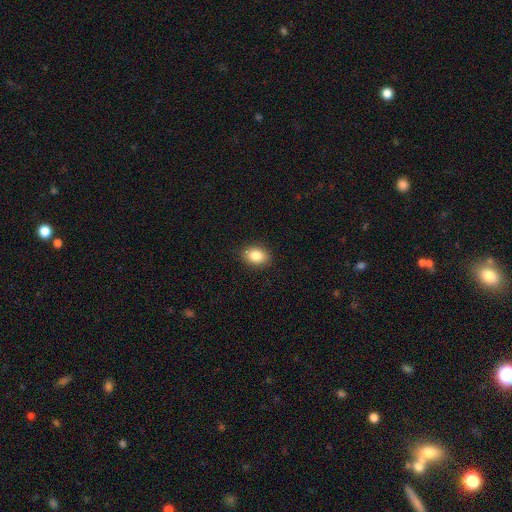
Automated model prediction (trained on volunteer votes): Smooth or featured?
  - smooth: 85% *
  - star or artifact: 8%
  - featured or disk: 6%
How rounded?
  - in between: 78% *
  - round: 20%
  - cigar-shaped: 1%
Merging?
  - none: 89% *
  - minor disturbance: 8%
  - major disturbance: 2%
  - merger: 1%